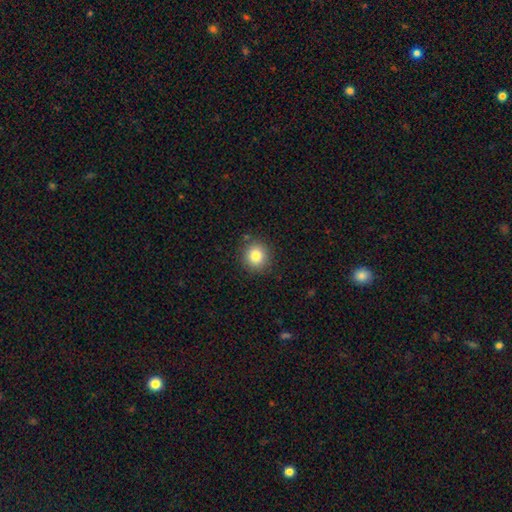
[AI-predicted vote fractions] This appears to be a smooth galaxy with no disk features (83%) that is round (90%). Merging: none (87%).